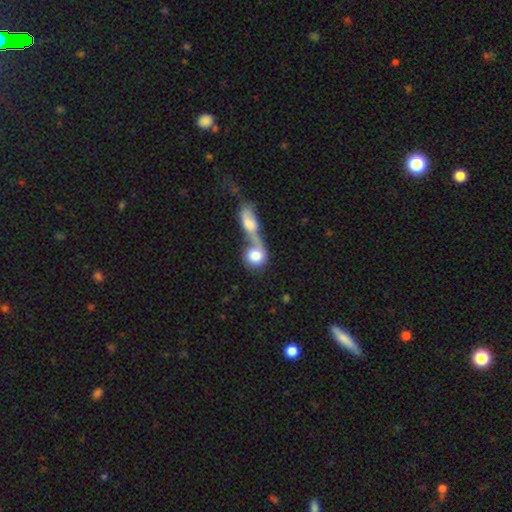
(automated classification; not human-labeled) This is likely a smooth galaxy (75%). How rounded: likely round (72%). Merging: likely merger (71%).